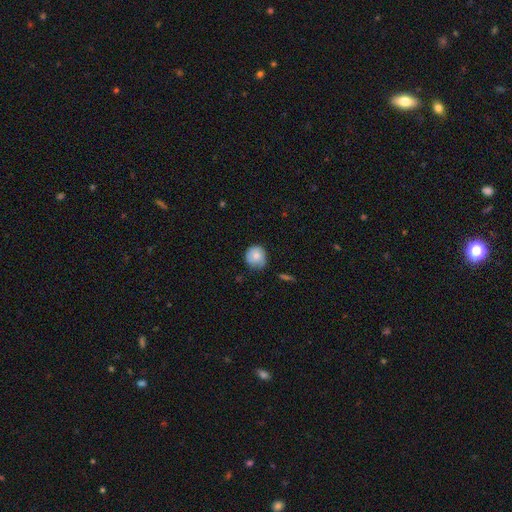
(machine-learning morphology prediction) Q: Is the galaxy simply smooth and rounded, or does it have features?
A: smooth — 67%.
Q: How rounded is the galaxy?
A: round — 86%.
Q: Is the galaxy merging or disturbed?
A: none — 66%.